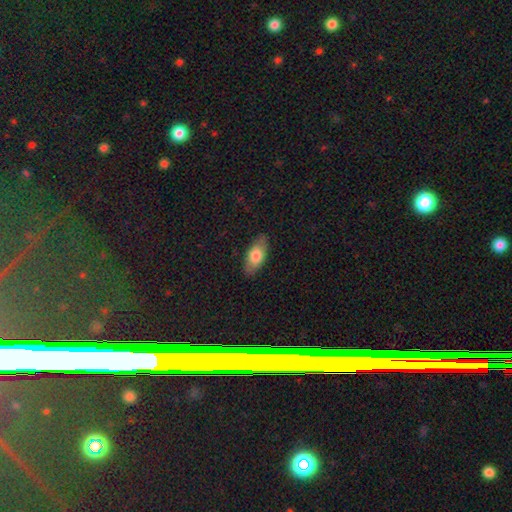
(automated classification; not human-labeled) Morphology: type=smooth (75%); roundness=in between (87%); merging=none (85%).